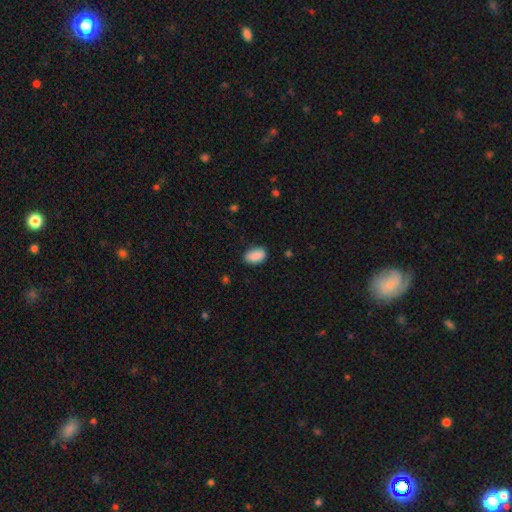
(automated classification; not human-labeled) smooth 89%, star or artifact 7%, featured or disk 4%. Down the decision tree: how rounded — in between (91%); merging — none (82%).